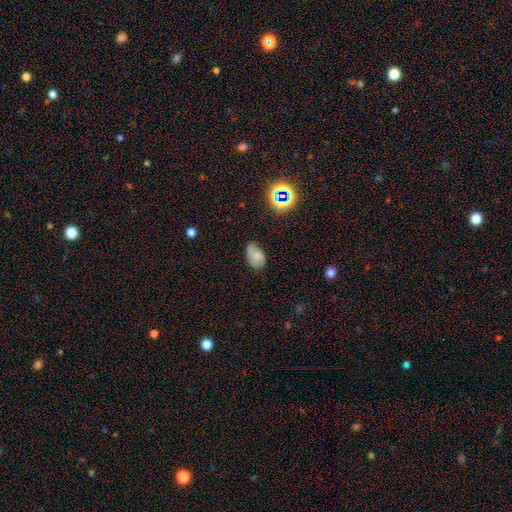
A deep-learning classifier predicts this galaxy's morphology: smooth-or-featured: smooth: 65% | featured or disk: 21% | star or artifact: 14%
  how-rounded: in between: 87% | round: 11% | cigar-shaped: 1%
  merging: none: 55% | minor disturbance: 32% | major disturbance: 9% | merger: 3%